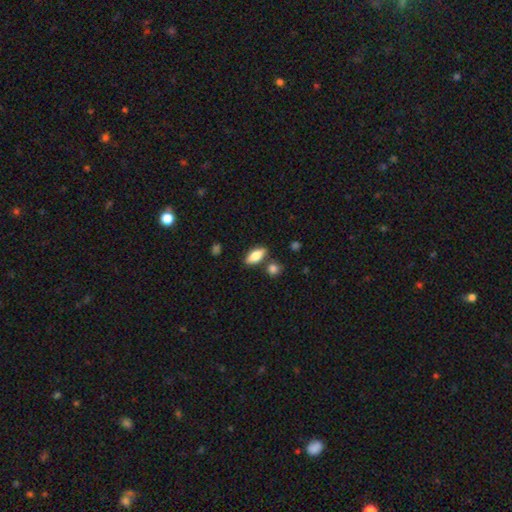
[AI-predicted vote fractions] Overall: smooth (77%). How rounded: in between (83%). Merging: none (79%).